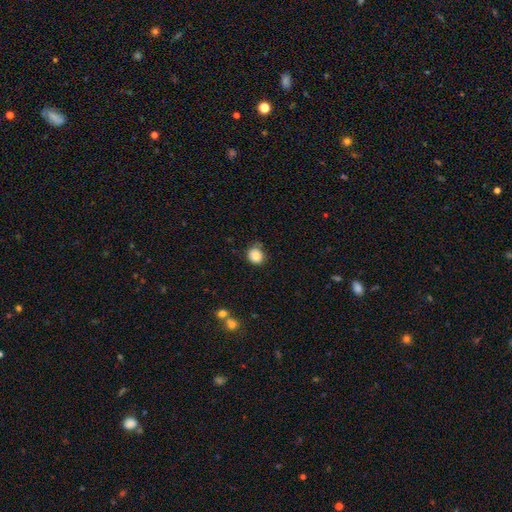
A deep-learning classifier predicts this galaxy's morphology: smooth-or-featured: smooth: 84% | star or artifact: 9% | featured or disk: 6%
  how-rounded: round: 81% | in between: 18% | cigar-shaped: 1%
  merging: none: 69% | minor disturbance: 23% | major disturbance: 5% | merger: 3%